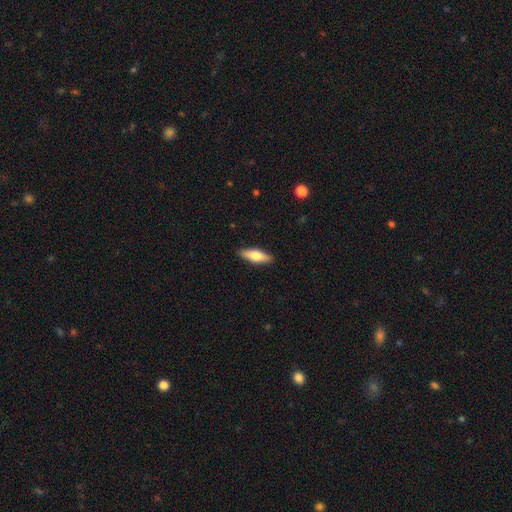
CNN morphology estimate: Overall: smooth (61%; featured or disk 33%). How rounded: in between (50%; cigar-shaped 48%). Merging: none (90%).